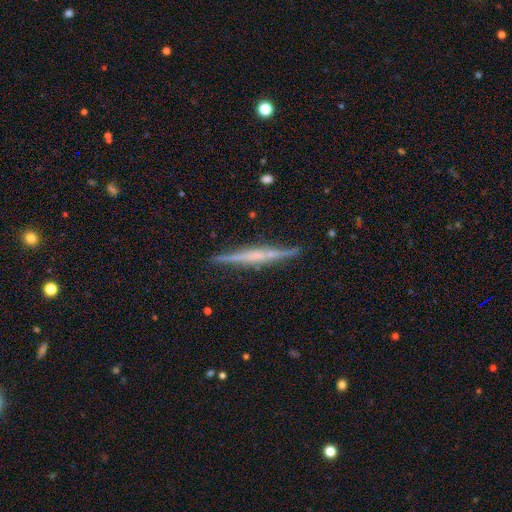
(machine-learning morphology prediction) smooth-or-featured: featured or disk: 75% | smooth: 19% | star or artifact: 6%
  disk-edge-on: yes: 98% | no: 2%
    edge-on-bulge: rounded: 40% | none: 38% | boxy: 22%
  merging: none: 90% | minor disturbance: 8% | major disturbance: 2% | merger: 1%